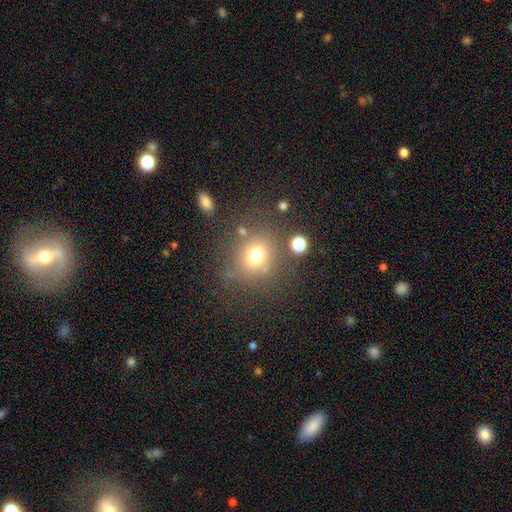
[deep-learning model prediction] Morphology: type=smooth (70%); roundness=round (81%); merging=none (71%).